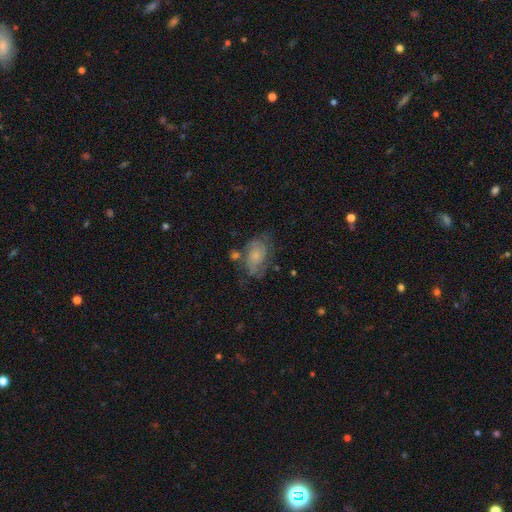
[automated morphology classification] A featured or disk galaxy (48%). Merging: none (50%).